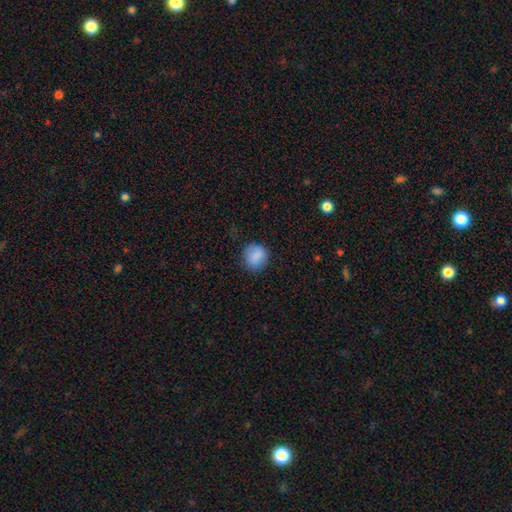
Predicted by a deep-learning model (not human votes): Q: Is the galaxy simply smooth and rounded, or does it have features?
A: smooth — 87%.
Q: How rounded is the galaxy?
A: round — 84%.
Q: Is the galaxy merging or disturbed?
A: none — 84%.